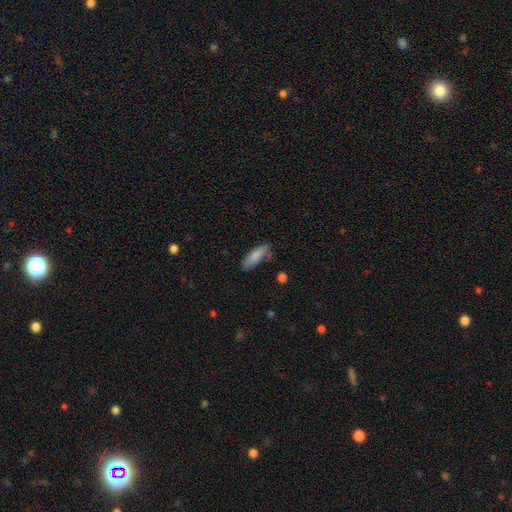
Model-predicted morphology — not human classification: Smooth or featured? smooth (85%)
How rounded? in between (60%)
Merging? none (72%)